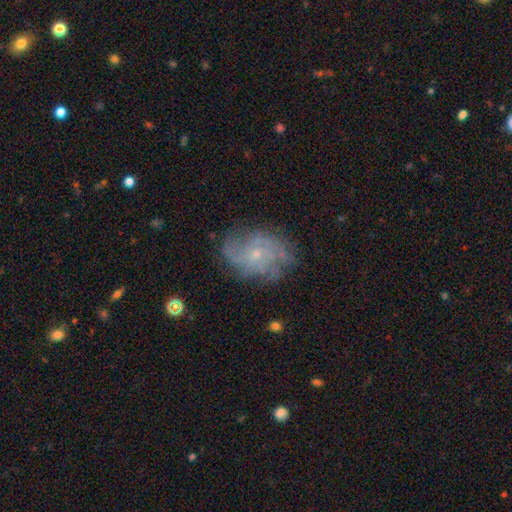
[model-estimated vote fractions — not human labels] Smooth or featured? Predicted: featured or disk (p=0.74). Edge-on disk? Predicted: no (p=0.97). Bar? Predicted: no (p=0.77). Spiral arms? Predicted: yes (p=0.89). Spiral winding? Predicted: tight (p=0.44). Spiral arm count? Predicted: can't tell (p=0.41). Bulge size? Predicted: small (p=0.77). Merging? Predicted: none (p=0.72).